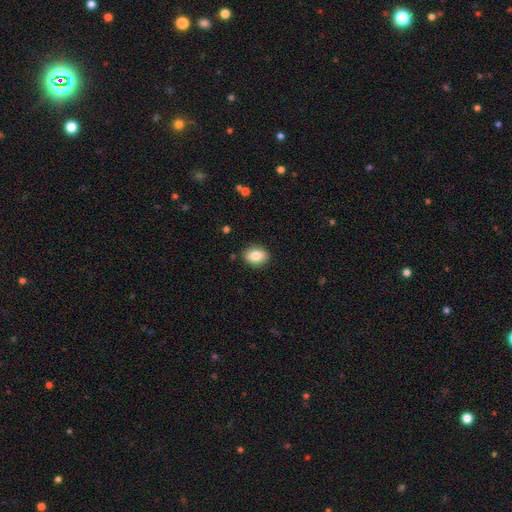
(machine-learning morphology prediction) A smooth galaxy with no disk features (82%) that is in between round and cigar-shaped (64%). Merging: none (88%).